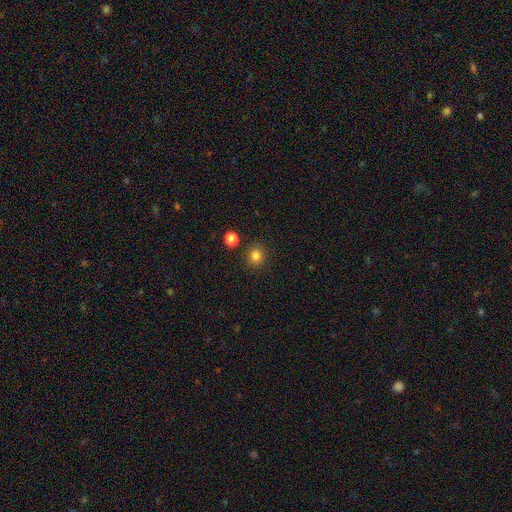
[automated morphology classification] A smooth galaxy with no disk features (82%) that is round (84%).

Vote fractions:
- Smooth or featured? smooth: 82% / star or artifact: 13% / featured or disk: 5%
- How rounded? round: 84% / in between: 15% / cigar-shaped: 1%
- Merging? none: 87% / minor disturbance: 7% / merger: 4% / major disturbance: 2%